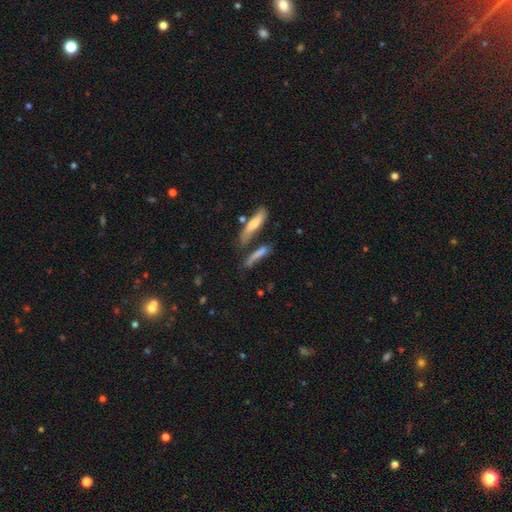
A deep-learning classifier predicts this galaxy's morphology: Smooth or featured? smooth (55%)
How rounded? cigar-shaped (81%)
Merging? none (53%)